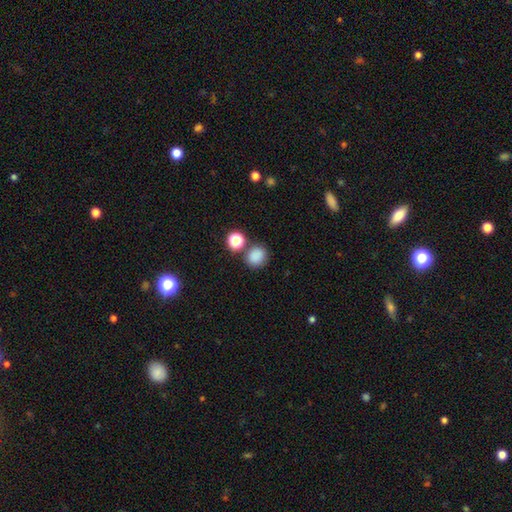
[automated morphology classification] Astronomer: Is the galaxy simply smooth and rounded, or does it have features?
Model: smooth — 83%.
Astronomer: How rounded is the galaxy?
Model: round — 81%.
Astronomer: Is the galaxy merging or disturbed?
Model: none — 74%.